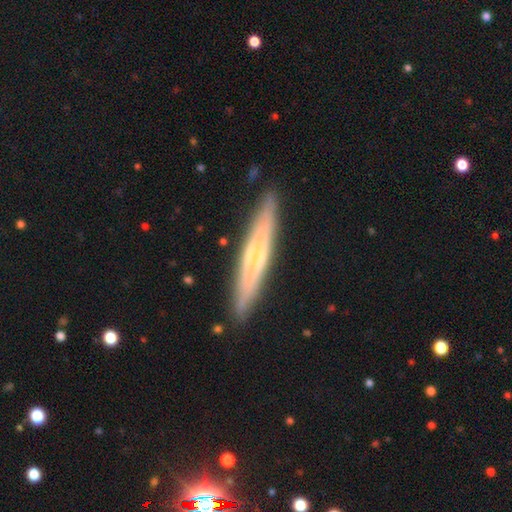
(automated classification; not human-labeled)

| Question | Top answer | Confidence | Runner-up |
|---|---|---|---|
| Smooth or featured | featured or disk | 65% | smooth (29%) |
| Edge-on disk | yes | 86% | no (14%) |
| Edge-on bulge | rounded | 50% | none (38%) |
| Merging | none | 87% | minor disturbance (10%) |